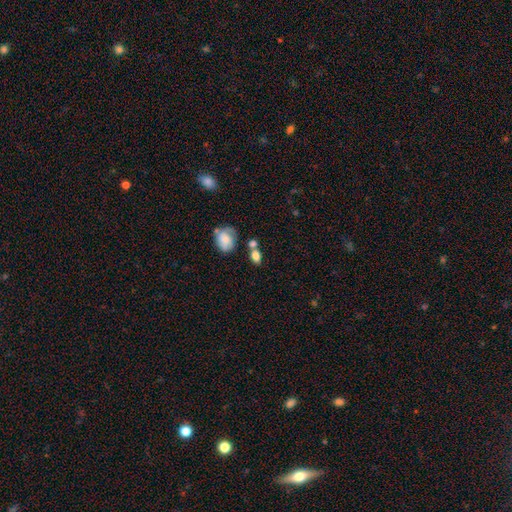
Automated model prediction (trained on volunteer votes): The model was most divided on "merging": none: 48%, merger: 30%, minor disturbance: 16%, major disturbance: 6%. More confident: smooth or featured — smooth (80%); how rounded — in between (72%).